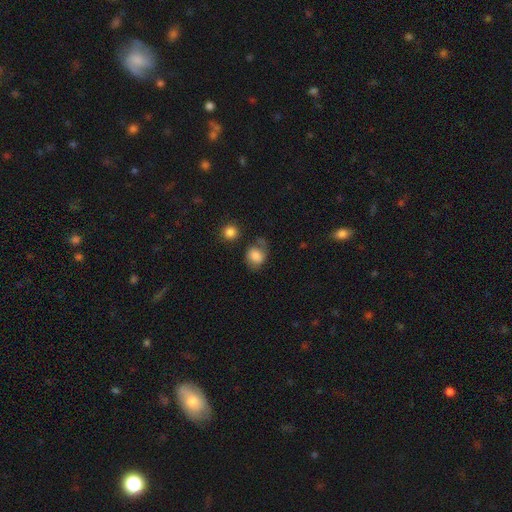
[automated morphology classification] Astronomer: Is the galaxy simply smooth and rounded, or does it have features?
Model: smooth — 71%.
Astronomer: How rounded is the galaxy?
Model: round — 56% (runner-up: in between, 43%).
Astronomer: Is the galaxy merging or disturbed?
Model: none — 52%.